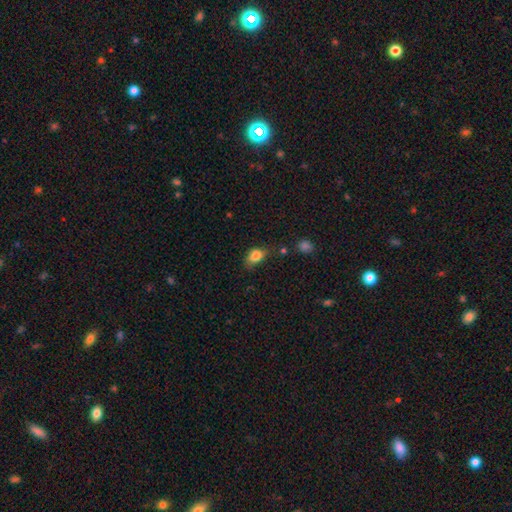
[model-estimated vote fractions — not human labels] Smooth or featured? Predicted: smooth (p=0.83). How rounded? Predicted: in between (p=0.77). Merging? Predicted: none (p=0.51).